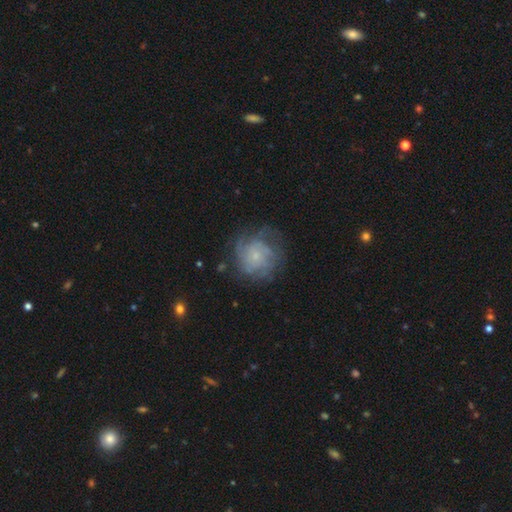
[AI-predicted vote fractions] This is likely a featured or disk galaxy (62%). It is clearly not viewed edge-on (98%). Bar: clearly no (82%). Spiral arm pattern: clearly yes (81%). Central bulge: likely small (76%). Merging: likely none (63%).